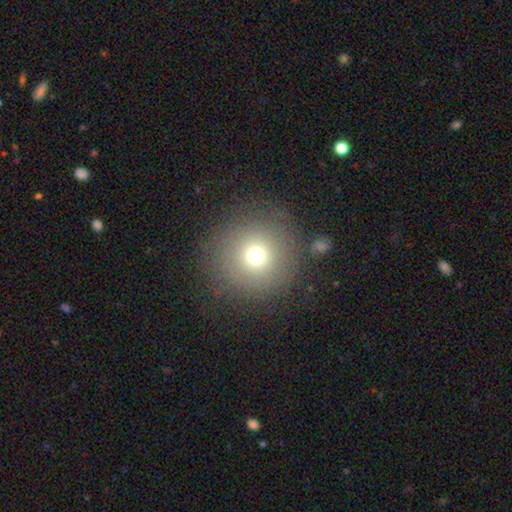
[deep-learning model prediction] Q: Smooth or featured?
A: smooth (68%); runner-up: star or artifact (17%)
Q: How rounded?
A: round (93%); runner-up: in between (6%)
Q: Merging?
A: none (83%); runner-up: minor disturbance (9%)